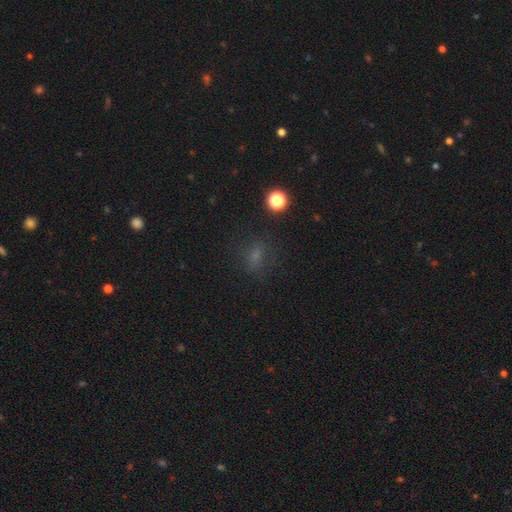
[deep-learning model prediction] Smooth or featured? smooth (60%)
How rounded? in between (49%)
Merging? none (74%)